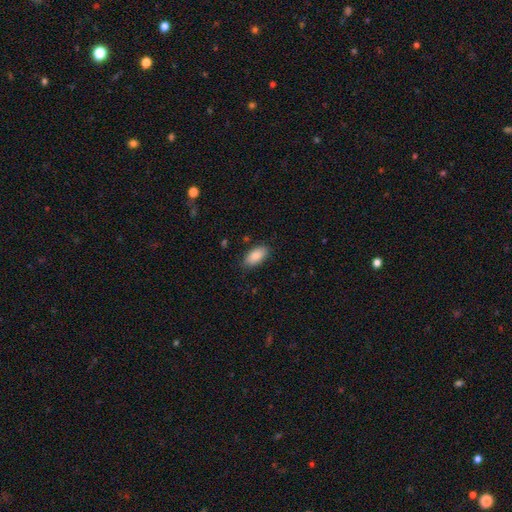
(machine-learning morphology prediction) A smooth galaxy with no disk features (84%) that is in between round and cigar-shaped (93%).

Vote fractions:
- Smooth or featured? smooth: 84% / featured or disk: 9% / star or artifact: 7%
- How rounded? in between: 93% / cigar-shaped: 4% / round: 3%
- Merging? none: 85% / minor disturbance: 12% / major disturbance: 2% / merger: 1%